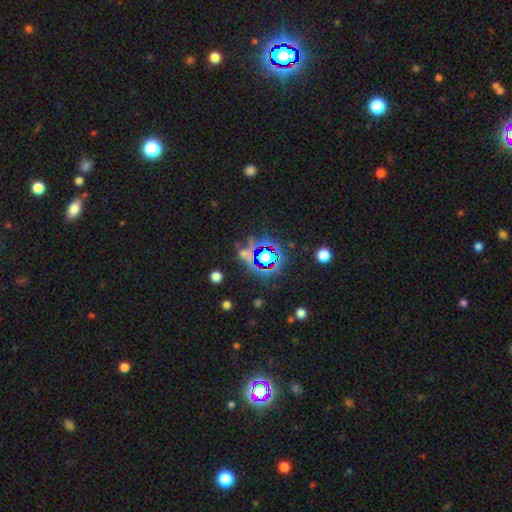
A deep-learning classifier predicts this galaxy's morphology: This is likely a star or artifact rather than a galaxy (73%).